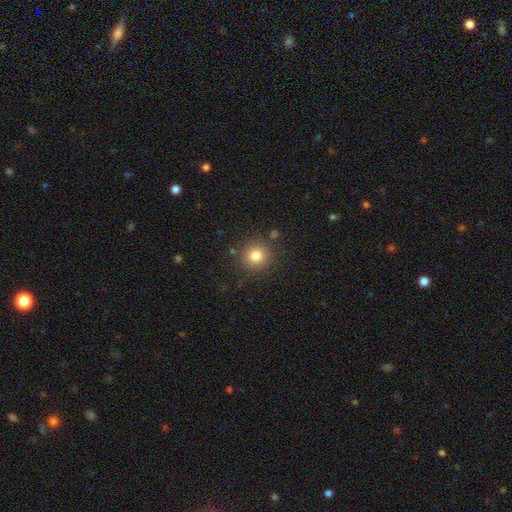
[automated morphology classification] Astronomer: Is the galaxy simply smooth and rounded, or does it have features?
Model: smooth — 81%.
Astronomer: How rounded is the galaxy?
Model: round — 93%.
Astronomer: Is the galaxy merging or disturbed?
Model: none — 87%.